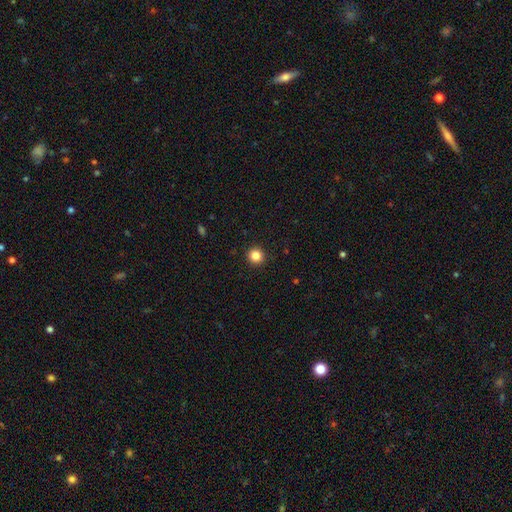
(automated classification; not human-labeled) Smooth or featured?
  - smooth: 85% *
  - star or artifact: 11%
  - featured or disk: 4%
How rounded?
  - round: 94% *
  - in between: 5%
  - cigar-shaped: 1%
Merging?
  - none: 93% *
  - minor disturbance: 4%
  - major disturbance: 2%
  - merger: 1%